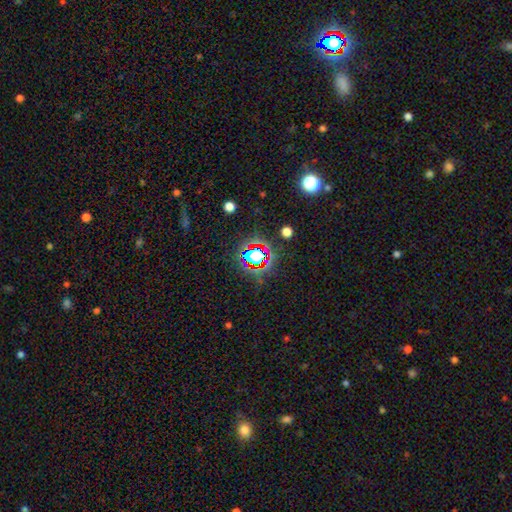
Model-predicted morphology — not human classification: The model was most divided on "smooth or featured": star or artifact: 65%, smooth: 22%, featured or disk: 13%.